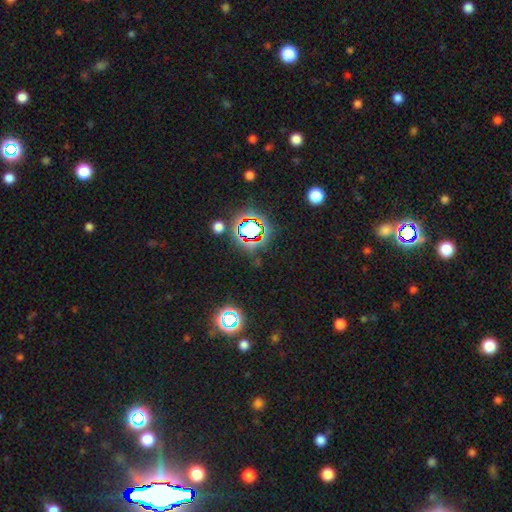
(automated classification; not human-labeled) Smooth or featured?
  - star or artifact: 79% *
  - smooth: 14%
  - featured or disk: 8%